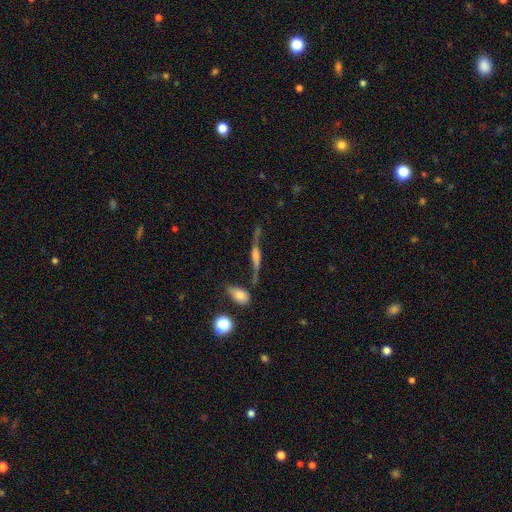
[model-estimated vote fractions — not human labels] Smooth or featured? featured or disk (68%)
Edge-on disk? yes (64%)
Merging? none (53%)